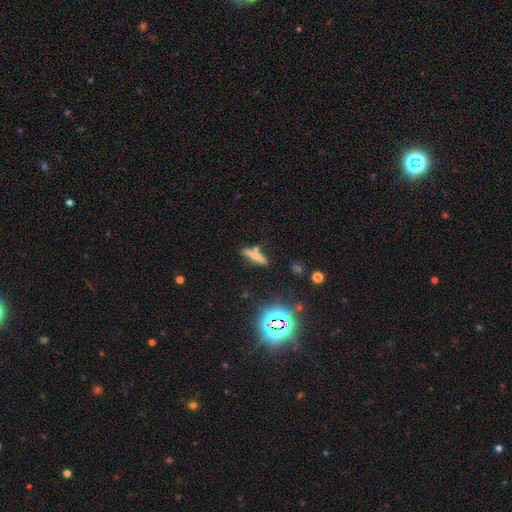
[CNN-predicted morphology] Smooth or featured? Predicted: smooth (p=0.53). How rounded? Predicted: cigar-shaped (p=0.73). Merging? Predicted: none (p=0.68).